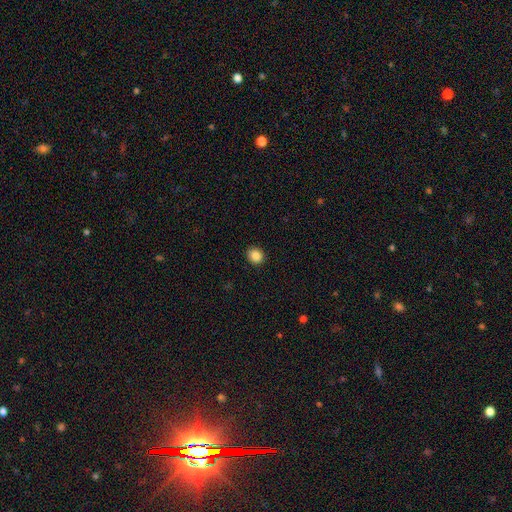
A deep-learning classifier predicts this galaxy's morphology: Smooth or featured: smooth — 86% (star or artifact — 10%)
How rounded: round — 80% (in between — 19%)
Merging: none — 92% (minor disturbance — 6%)